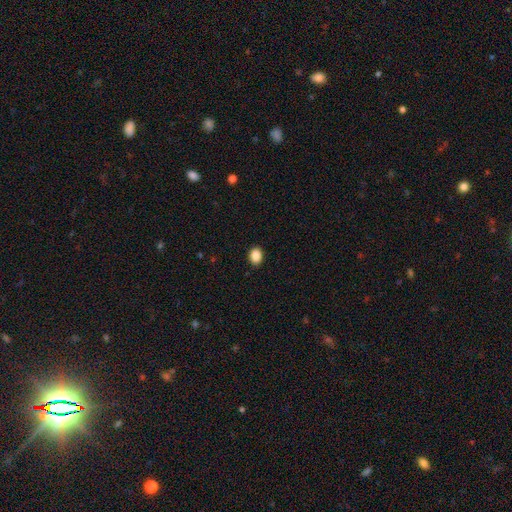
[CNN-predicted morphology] smooth_or_featured: smooth (p=0.88) [alt: star or artifact p=0.08]
how_rounded: in between (p=0.60) [alt: round p=0.39]
merging: none (p=0.90) [alt: minor disturbance p=0.07]